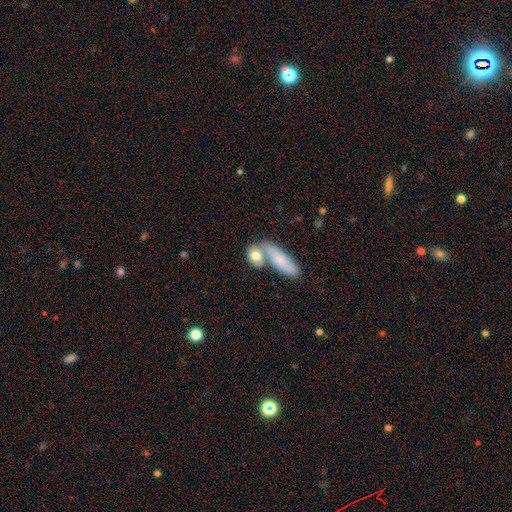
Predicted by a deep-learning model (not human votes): Smooth or featured? Predicted: smooth (p=0.75). How rounded? Predicted: in between (p=0.50). Merging? Predicted: merger (p=0.43).